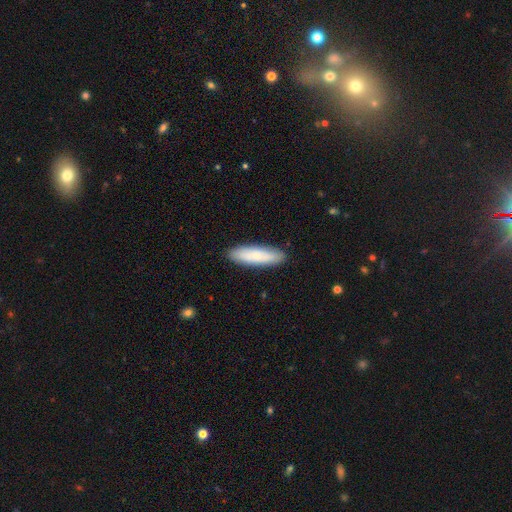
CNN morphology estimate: The model was most divided on "how rounded": cigar-shaped: 64%, in between: 35%, round: 2%. More confident: merging — none (89%); smooth or featured — smooth (79%).